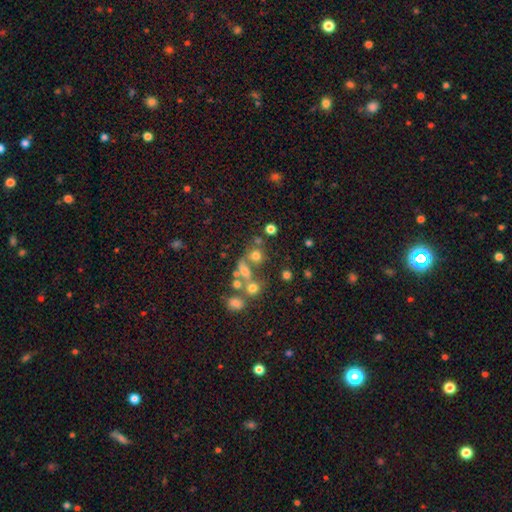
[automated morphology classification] type=smooth (63%); roundness=round (74%); merging=none (44%).